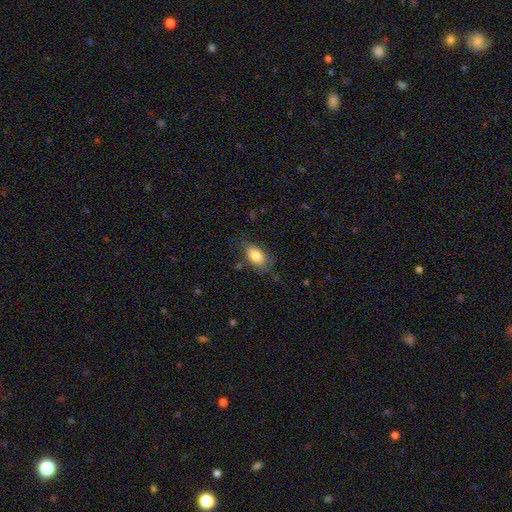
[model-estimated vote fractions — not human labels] Overall: smooth (78%). How rounded: in between (91%). Merging: none (66%).